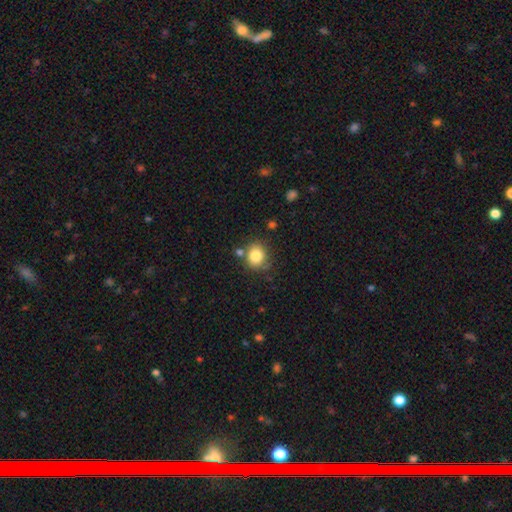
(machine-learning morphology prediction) Smooth or featured? Predicted: smooth (p=0.82). How rounded? Predicted: round (p=0.75). Merging? Predicted: none (p=0.71).